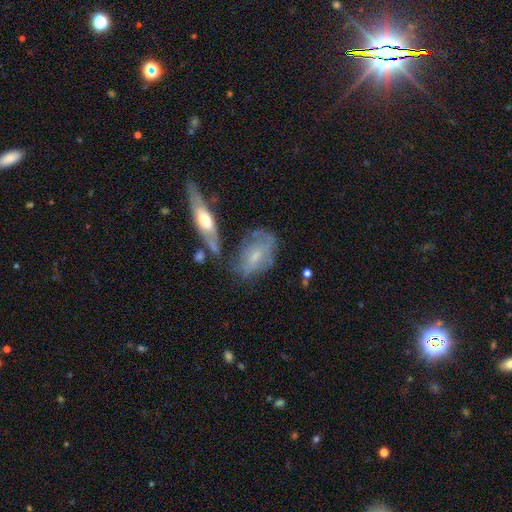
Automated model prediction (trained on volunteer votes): Smooth or featured? featured or disk (53%)
Edge-on disk? no (82%)
Merging? none (48%)